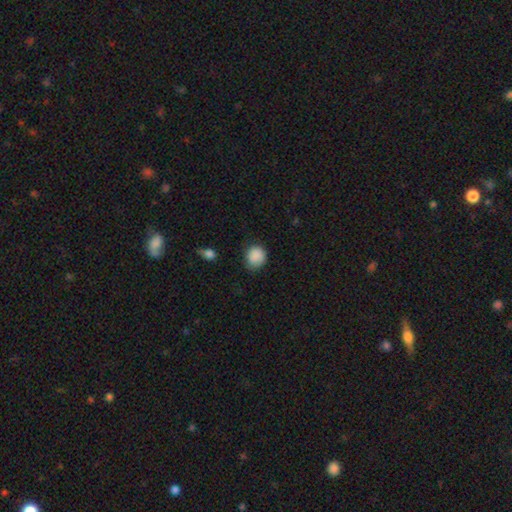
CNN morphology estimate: A smooth galaxy with no disk features (86%) that is round (75%). Merging: none (68%).